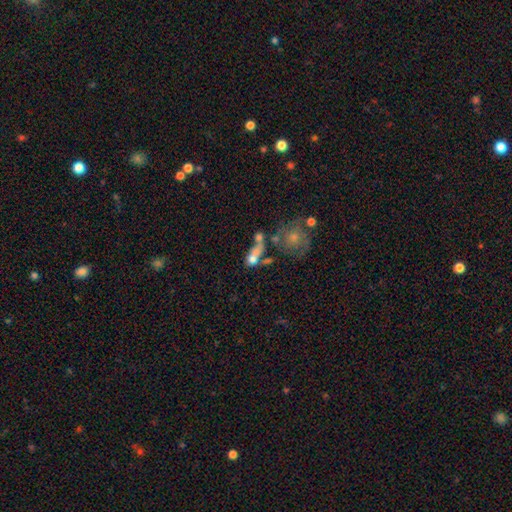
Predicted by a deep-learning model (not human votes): Morphology: type=smooth (44%); merging=none (40%).